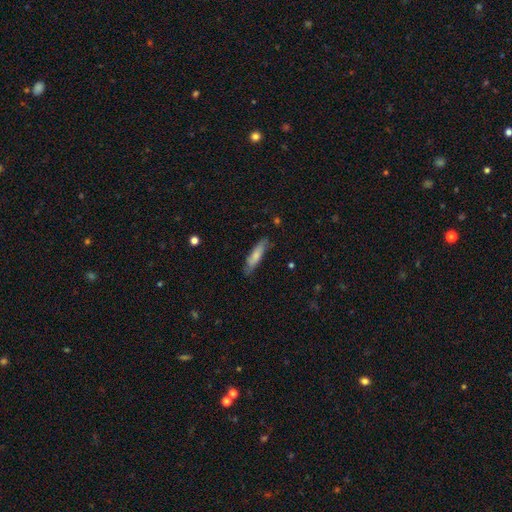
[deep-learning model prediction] This appears to be a smooth galaxy with no disk features (70%) that is cigar-shaped (72%). Merging: none (75%).